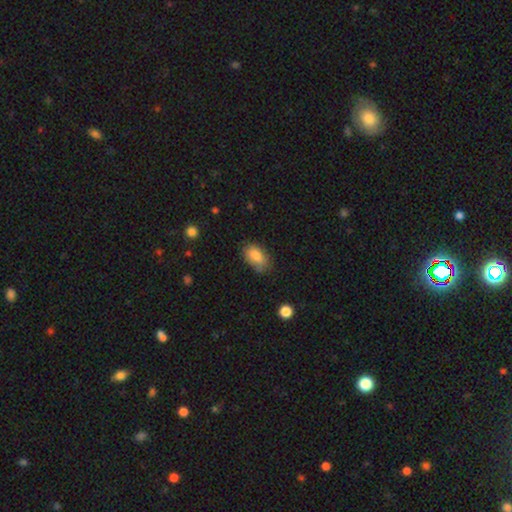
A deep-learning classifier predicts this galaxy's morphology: A smooth galaxy with no disk features (85%) that is in between round and cigar-shaped (92%).

Vote fractions:
- Smooth or featured? smooth: 85% / star or artifact: 7% / featured or disk: 7%
- How rounded? in between: 92% / round: 5% / cigar-shaped: 3%
- Merging? none: 68% / minor disturbance: 25% / major disturbance: 5% / merger: 2%